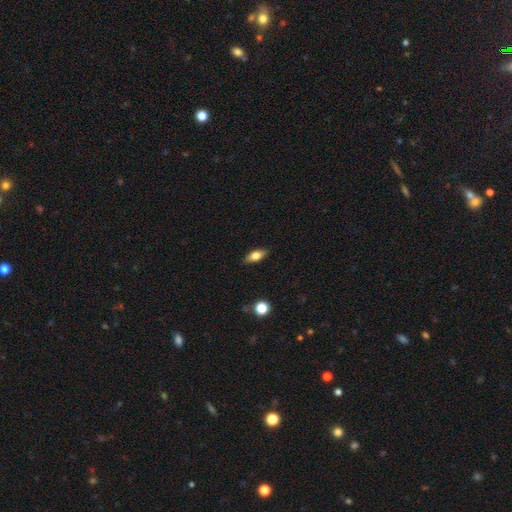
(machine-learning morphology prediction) smooth-or-featured: smooth: 71% | featured or disk: 21% | star or artifact: 8%
  how-rounded: in between: 80% | cigar-shaped: 16% | round: 5%
  merging: none: 87% | minor disturbance: 10% | major disturbance: 2% | merger: 1%